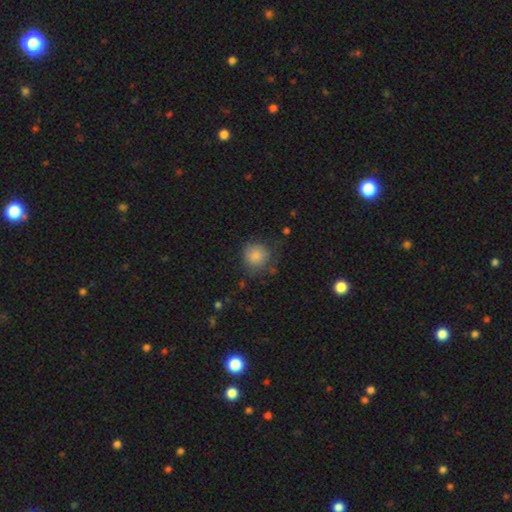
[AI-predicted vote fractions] This is clearly a smooth galaxy (85%). How rounded: clearly round (88%). Merging: likely none (70%).